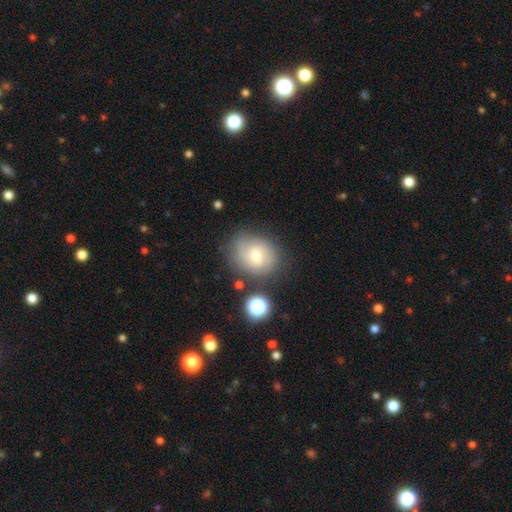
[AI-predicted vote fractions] Smooth or featured?
  - smooth: 58% *
  - featured or disk: 31%
  - star or artifact: 12%
How rounded?
  - round: 59% *
  - in between: 40%
  - cigar-shaped: 1%
Merging?
  - none: 66% *
  - minor disturbance: 20%
  - major disturbance: 8%
  - merger: 6%